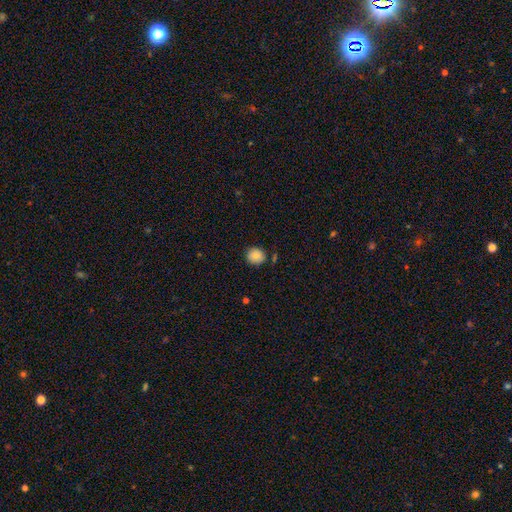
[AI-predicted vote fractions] Smooth or featured: smooth — 86% (star or artifact — 9%)
How rounded: round — 88% (in between — 11%)
Merging: none — 81% (minor disturbance — 13%)